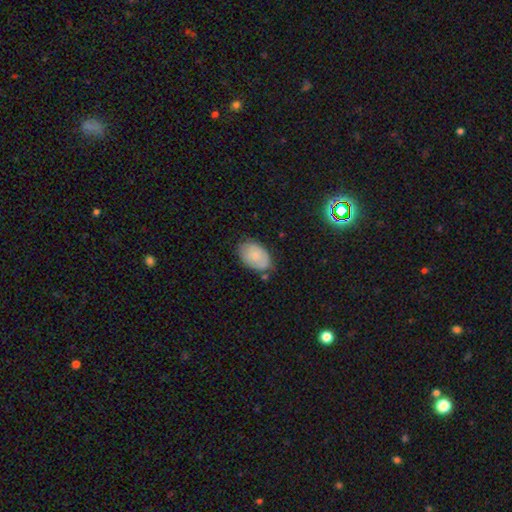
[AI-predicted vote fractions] A smooth galaxy with no disk features (76%) that is in between round and cigar-shaped (90%). Merging: none (70%).